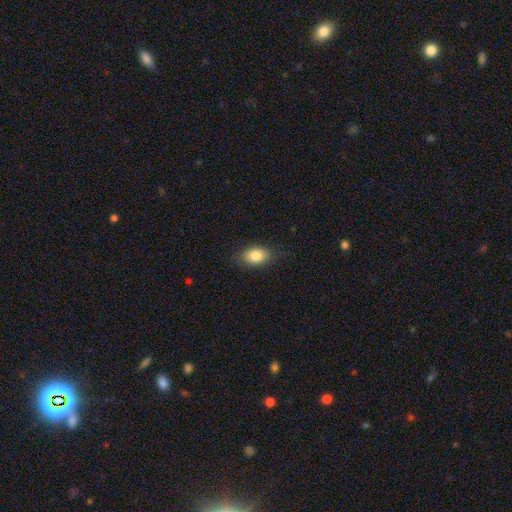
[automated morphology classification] Smooth or featured? Predicted: smooth (p=0.83). How rounded? Predicted: in between (p=0.85). Merging? Predicted: none (p=0.84).